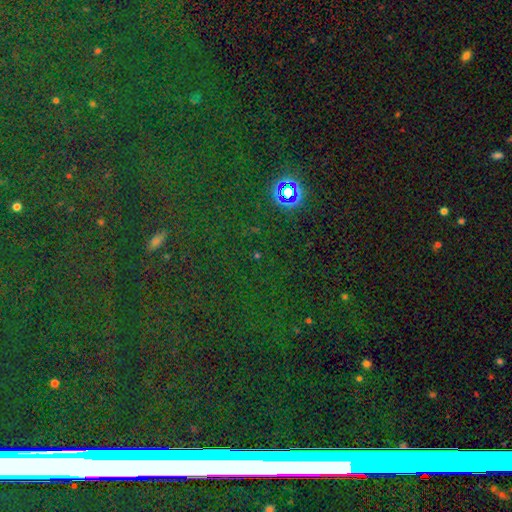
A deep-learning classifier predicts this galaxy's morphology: Q: Smooth or featured?
A: star or artifact (67%); runner-up: smooth (24%)